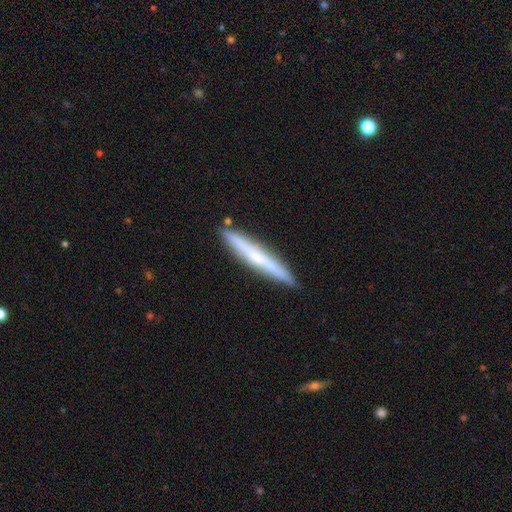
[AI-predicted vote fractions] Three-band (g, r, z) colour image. It shows a featured or disk galaxy (48%). Merging: none (88%).